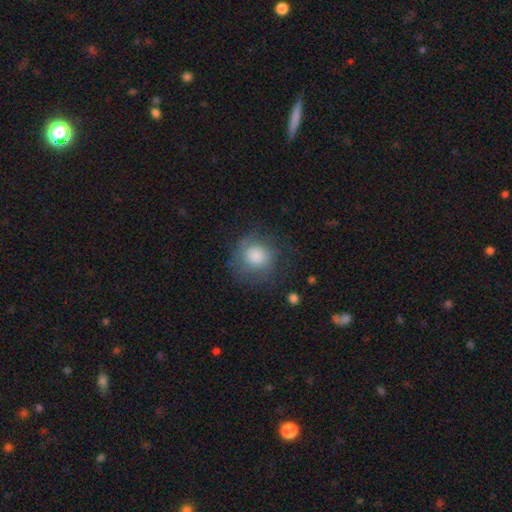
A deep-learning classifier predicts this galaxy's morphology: smooth-or-featured: smooth: 72% | featured or disk: 19% | star or artifact: 9%
  how-rounded: round: 88% | in between: 11% | cigar-shaped: 1%
  merging: none: 64% | minor disturbance: 22% | major disturbance: 13% | merger: 1%